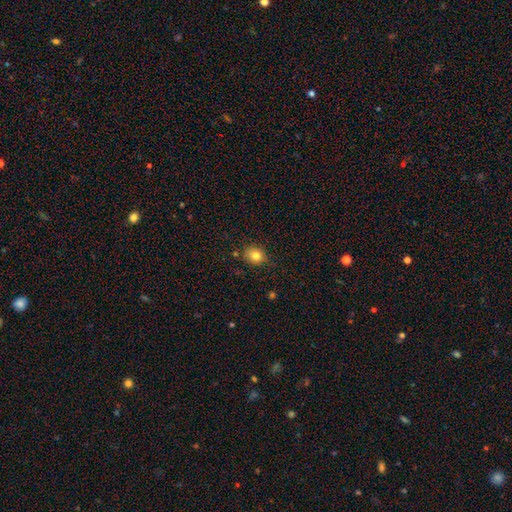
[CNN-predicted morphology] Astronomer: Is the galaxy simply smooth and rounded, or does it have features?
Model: smooth — 81%.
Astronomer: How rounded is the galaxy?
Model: round — 69%.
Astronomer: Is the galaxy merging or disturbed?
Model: none — 82%.